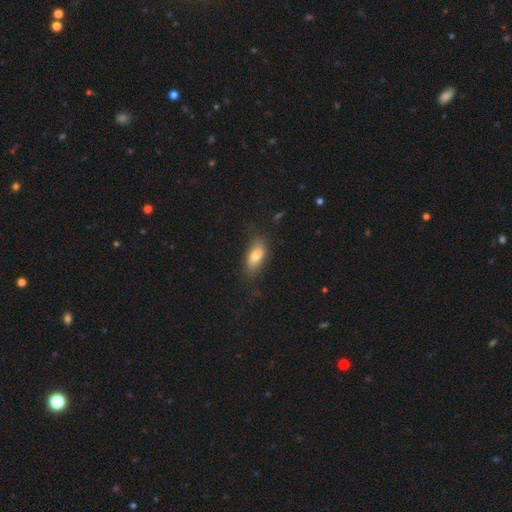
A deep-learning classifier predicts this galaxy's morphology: smooth-or-featured: smooth: 74% | featured or disk: 17% | star or artifact: 8%
  how-rounded: in between: 83% | cigar-shaped: 12% | round: 5%
  merging: none: 60% | minor disturbance: 23% | major disturbance: 9% | merger: 8%